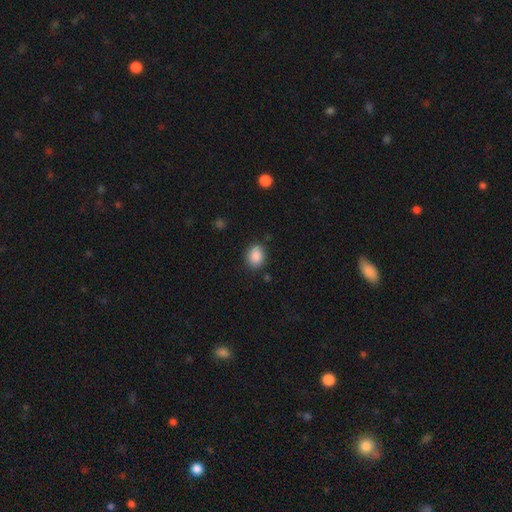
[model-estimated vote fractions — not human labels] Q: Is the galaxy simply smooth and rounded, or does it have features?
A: smooth — 88%.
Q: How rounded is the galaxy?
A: in between — 57%.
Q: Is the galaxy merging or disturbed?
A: none — 84%.